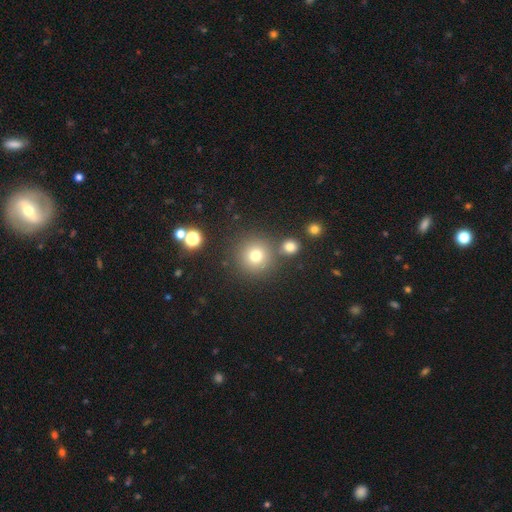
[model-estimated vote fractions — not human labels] Q: Smooth or featured?
A: smooth (75%); runner-up: star or artifact (16%)
Q: How rounded?
A: round (94%); runner-up: in between (5%)
Q: Merging?
A: none (80%); runner-up: merger (10%)